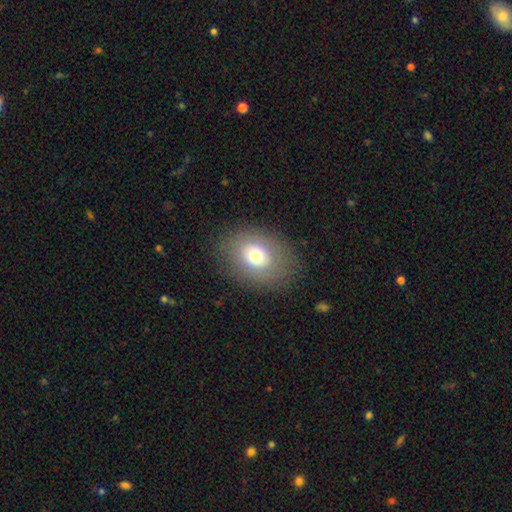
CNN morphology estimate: smooth-or-featured: smooth: 70% | featured or disk: 19% | star or artifact: 11%
  how-rounded: in between: 62% | round: 37% | cigar-shaped: 1%
  merging: none: 83% | minor disturbance: 11% | major disturbance: 6% | merger: 1%